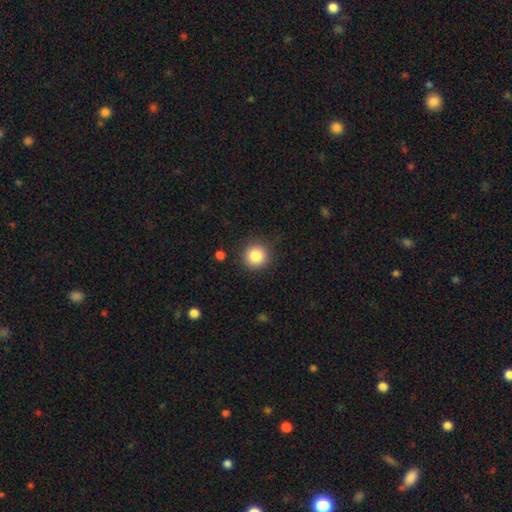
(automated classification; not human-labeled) Overall: smooth (85%). How rounded: round (95%). Merging: none (89%).